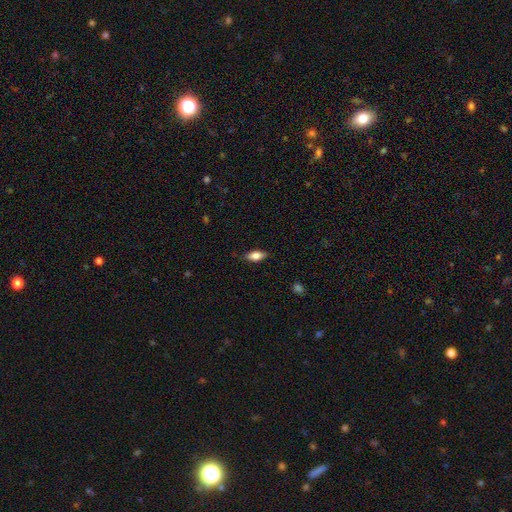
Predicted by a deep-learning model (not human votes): Smooth or featured? Predicted: smooth (p=0.77). How rounded? Predicted: in between (p=0.83). Merging? Predicted: none (p=0.84).